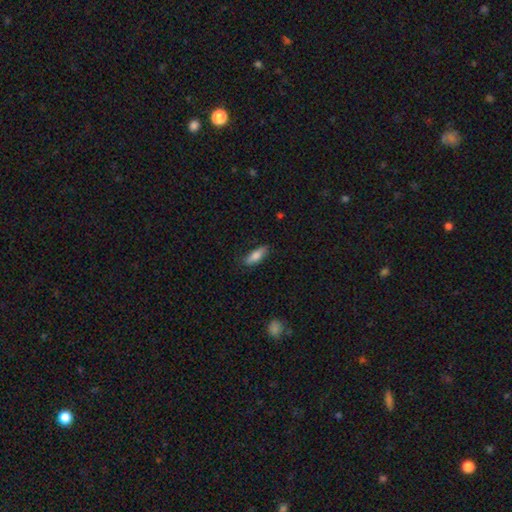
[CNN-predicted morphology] Overall: smooth (79%). How rounded: in between (58%; cigar-shaped 40%). Merging: none (78%).